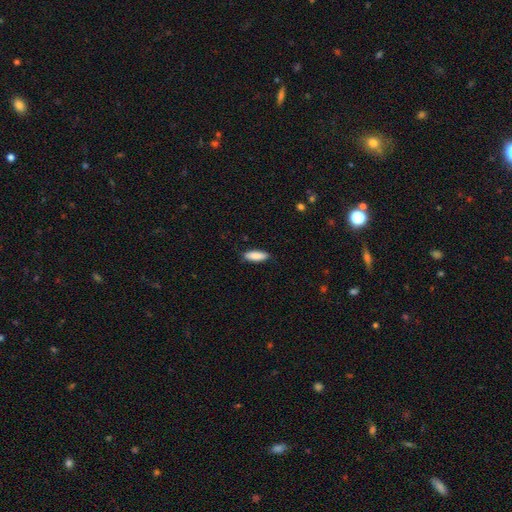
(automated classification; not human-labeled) Morphology: type=smooth (88%); roundness=in between (58%); merging=none (86%).